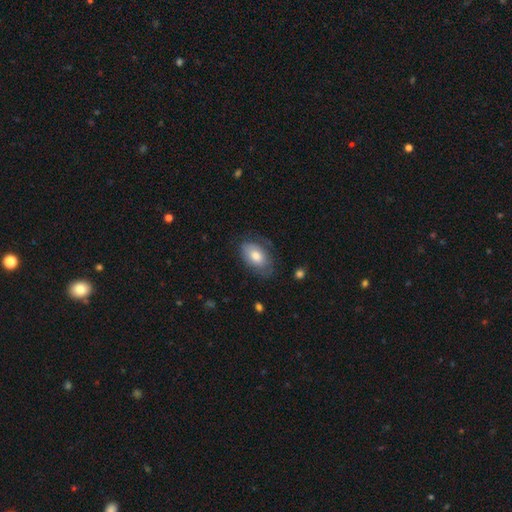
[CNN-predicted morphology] smooth 70%, featured or disk 23%, star or artifact 7%. Down the decision tree: how rounded — in between (90%); merging — none (66%).